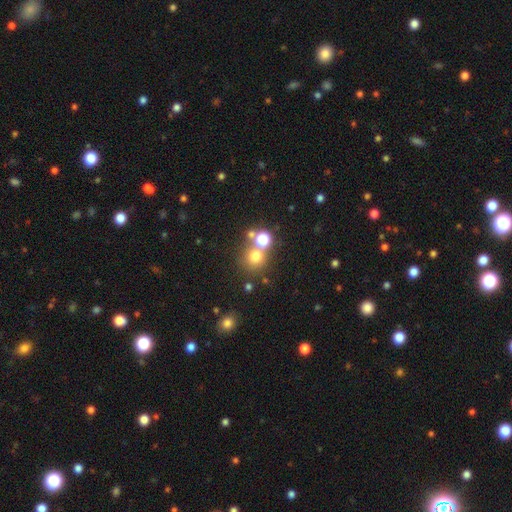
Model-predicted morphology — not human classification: smooth 69%, star or artifact 20%, featured or disk 11%. Down the decision tree: how rounded — round (89%); merging — none (61%).